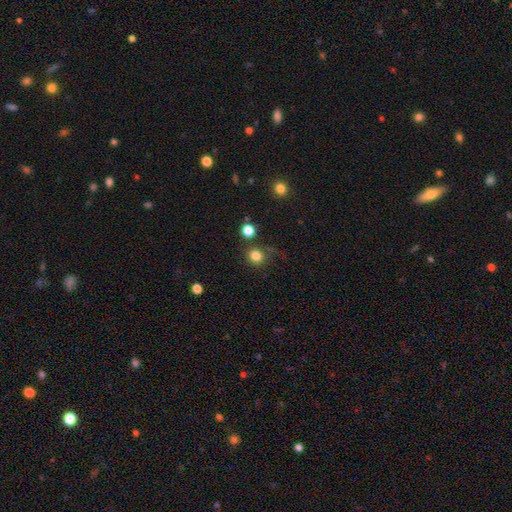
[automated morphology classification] smooth_or_featured: smooth (p=0.82) [alt: star or artifact p=0.13]
how_rounded: round (p=0.89) [alt: in between p=0.10]
merging: none (p=0.76) [alt: minor disturbance p=0.11]